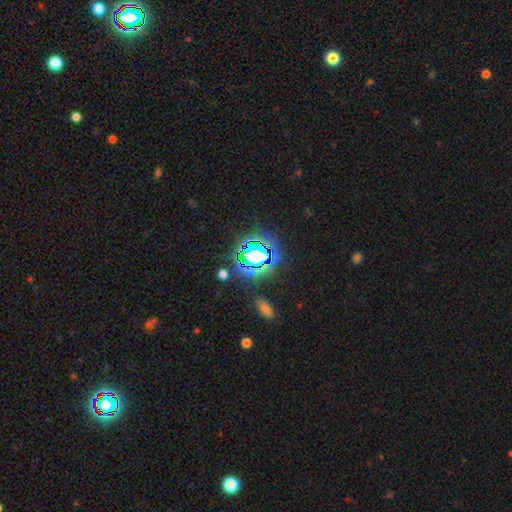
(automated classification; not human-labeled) A star or artifact, not a galaxy (71%).